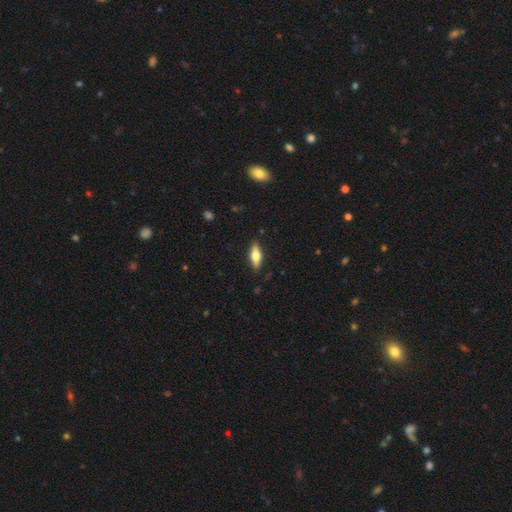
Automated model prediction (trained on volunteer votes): Morphology: type=smooth (60%); roundness=in between (64%); merging=none (87%).